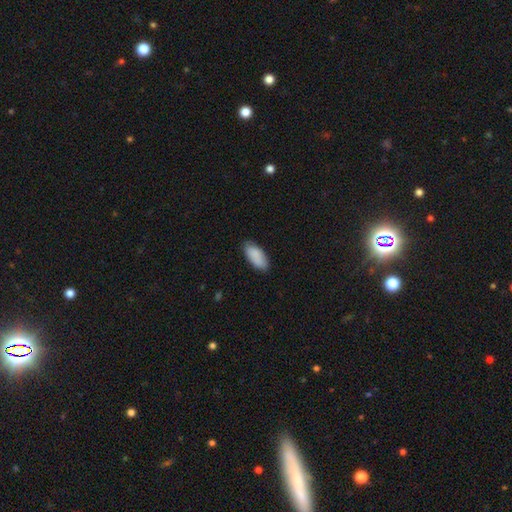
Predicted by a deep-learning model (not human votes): Morphology: type=smooth (89%); roundness=in between (89%); merging=none (83%).